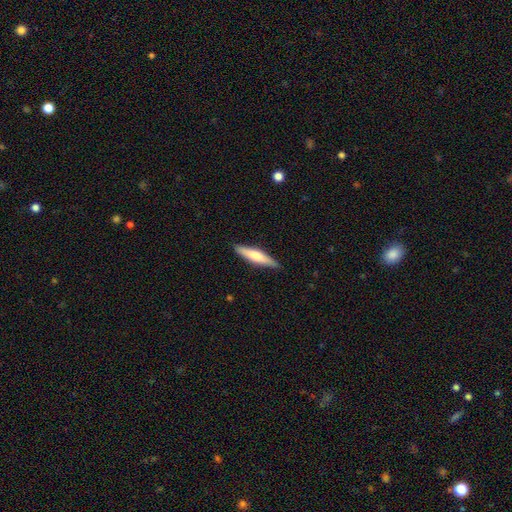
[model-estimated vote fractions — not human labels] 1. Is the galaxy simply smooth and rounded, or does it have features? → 56% smooth, 39% featured or disk, 5% star or artifact.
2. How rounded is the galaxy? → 82% cigar-shaped, 17% in between, 2% round.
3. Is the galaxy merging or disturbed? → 88% none, 9% minor disturbance, 2% major disturbance, 1% merger.